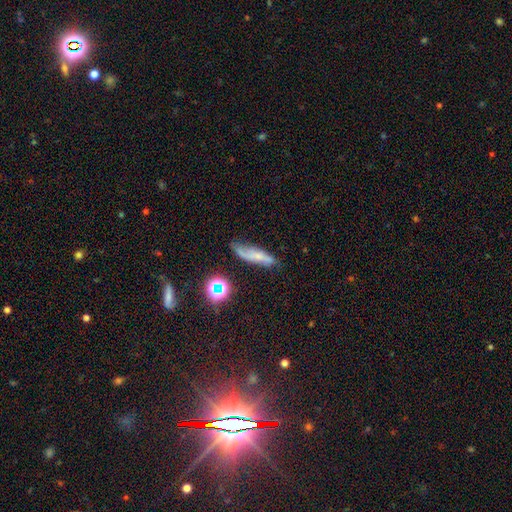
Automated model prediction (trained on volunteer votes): The model was most divided on "smooth or featured": smooth: 45%, featured or disk: 40%, star or artifact: 15%. More confident: merging — none (50%).